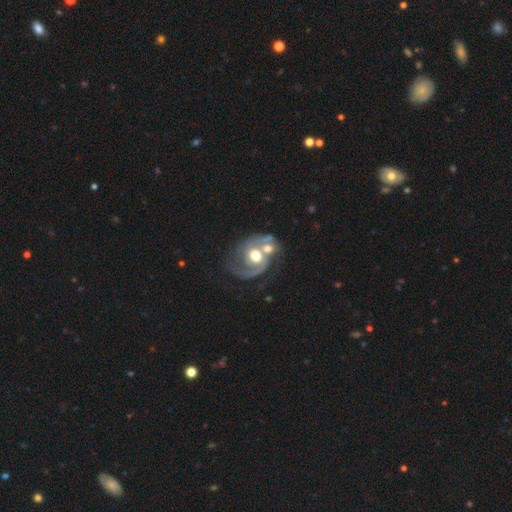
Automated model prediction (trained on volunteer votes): Smooth or featured: featured or disk — 81% (smooth — 13%)
Edge-on disk: no — 98% (yes — 2%)
Bar: no — 71% (weak — 23%)
Spiral arms: yes — 87% (no — 13%)
Spiral winding: medium — 44% (tight — 36%)
Spiral arm count: 2 — 61% (1 — 25%)
Bulge size: moderate — 47% (large — 43%)
Merging: merger — 36% (none — 33%)